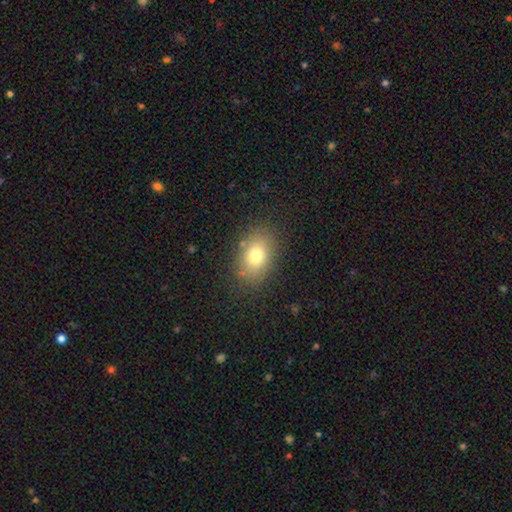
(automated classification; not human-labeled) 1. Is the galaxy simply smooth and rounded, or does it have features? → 76% smooth, 13% featured or disk, 11% star or artifact.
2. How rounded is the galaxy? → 79% in between, 20% round, 1% cigar-shaped.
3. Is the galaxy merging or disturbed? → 83% none, 11% minor disturbance, 4% major disturbance, 2% merger.